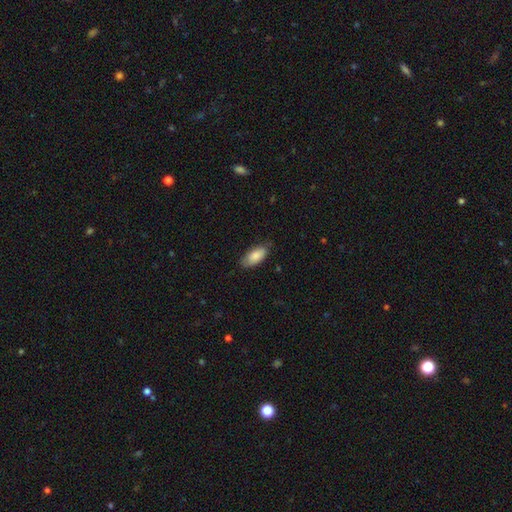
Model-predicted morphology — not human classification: type=smooth (85%); roundness=in between (90%); merging=none (76%).